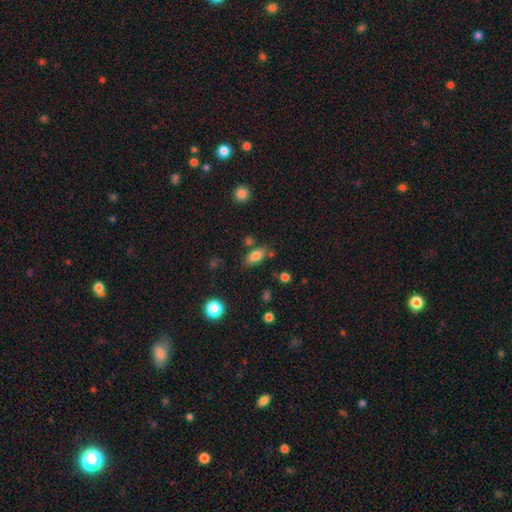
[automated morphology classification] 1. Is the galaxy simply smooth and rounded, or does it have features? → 82% smooth, 9% star or artifact, 9% featured or disk.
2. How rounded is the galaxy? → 88% in between, 7% cigar-shaped, 5% round.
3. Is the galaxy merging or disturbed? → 73% none, 14% minor disturbance, 8% merger, 4% major disturbance.